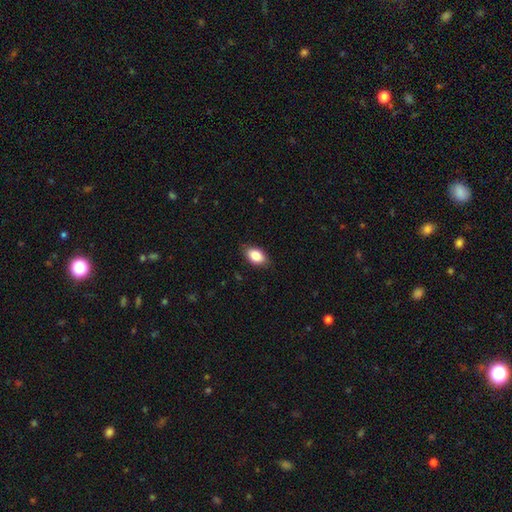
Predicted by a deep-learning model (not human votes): Smooth or featured?
  - smooth: 85% *
  - featured or disk: 7%
  - star or artifact: 7%
How rounded?
  - in between: 90% *
  - round: 8%
  - cigar-shaped: 2%
Merging?
  - none: 85% *
  - minor disturbance: 12%
  - major disturbance: 2%
  - merger: 1%